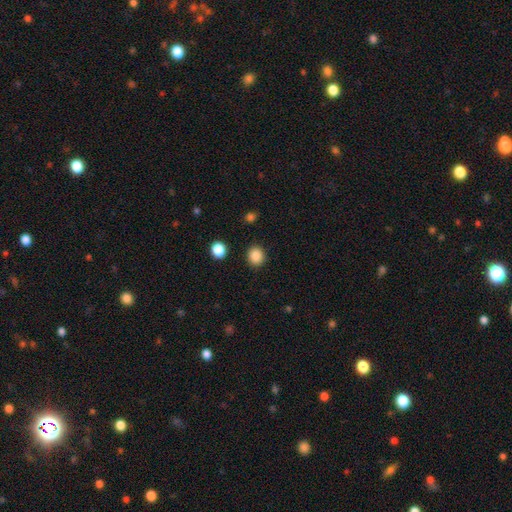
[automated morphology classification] Smooth or featured? Predicted: smooth (p=0.87). How rounded? Predicted: round (p=0.83). Merging? Predicted: none (p=0.90).